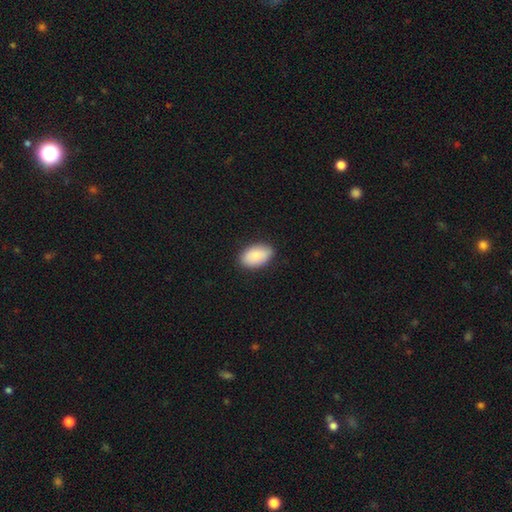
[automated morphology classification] This is clearly a smooth galaxy (86%). How rounded: clearly in between (93%). Merging: clearly none (86%).